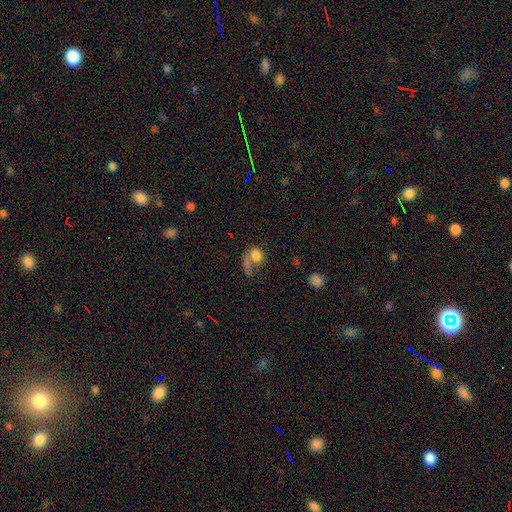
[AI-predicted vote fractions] Overall: smooth (73%). How rounded: round (56%; in between 41%). Merging: none (33%; merger 32%).